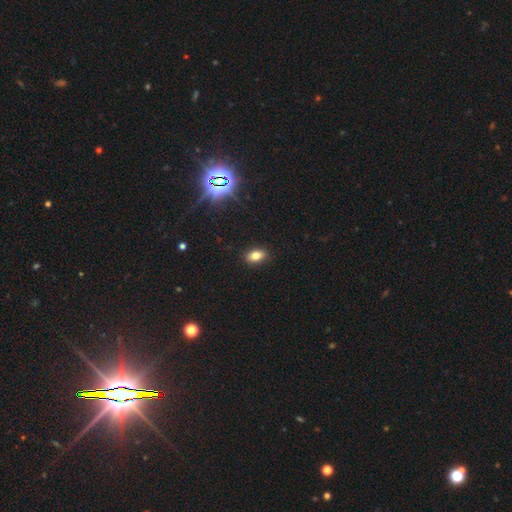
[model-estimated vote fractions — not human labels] smooth 79%, star or artifact 13%, featured or disk 8%. Down the decision tree: how rounded — in between (85%); merging — none (89%).